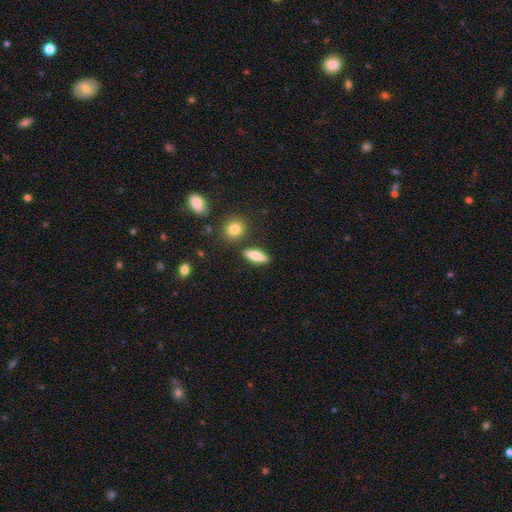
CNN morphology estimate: This is likely a smooth galaxy (76%). How rounded: possibly in between (52%). Merging: clearly none (85%).